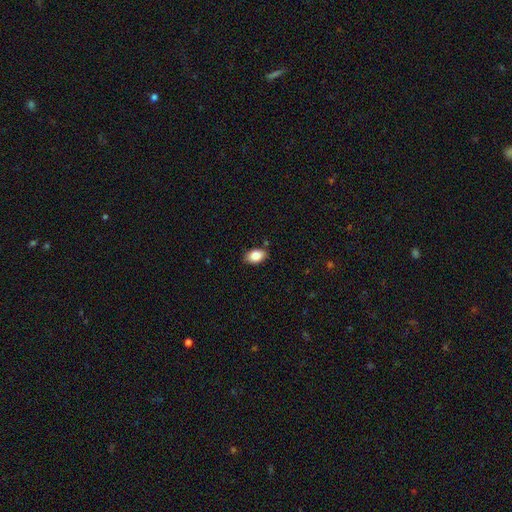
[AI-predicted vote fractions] The model was most divided on "merging": none: 84%, minor disturbance: 11%, major disturbance: 2%, merger: 2%. More confident: how rounded — in between (87%); smooth or featured — smooth (85%).